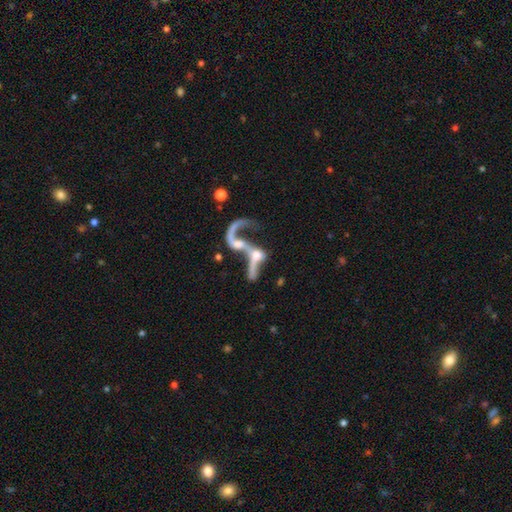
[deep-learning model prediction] smooth_or_featured: featured or disk (p=0.69) [alt: smooth p=0.21]
disk_edge_on: no (p=0.90) [alt: yes p=0.10]
bar: no (p=0.66) [alt: weak p=0.24]
has_spiral_arms: yes (p=0.57) [alt: no p=0.43]
bulge_size: moderate (p=0.34) [alt: none p=0.28]
merging: merger (p=0.64) [alt: major disturbance p=0.19]